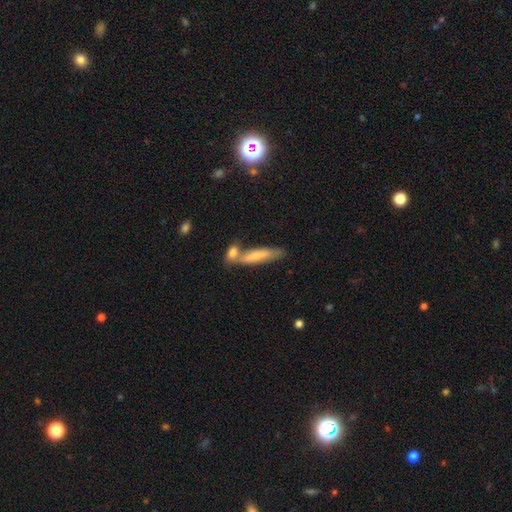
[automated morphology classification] smooth-or-featured: smooth: 59% | featured or disk: 33% | star or artifact: 8%
  how-rounded: cigar-shaped: 80% | in between: 18% | round: 2%
  merging: none: 51% | merger: 30% | minor disturbance: 15% | major disturbance: 5%